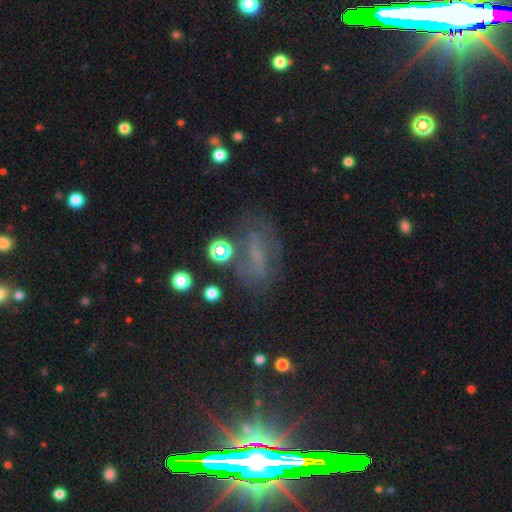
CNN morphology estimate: Smooth or featured: featured or disk — 40% (star or artifact — 32%)
Merging: none — 60% (minor disturbance — 20%)